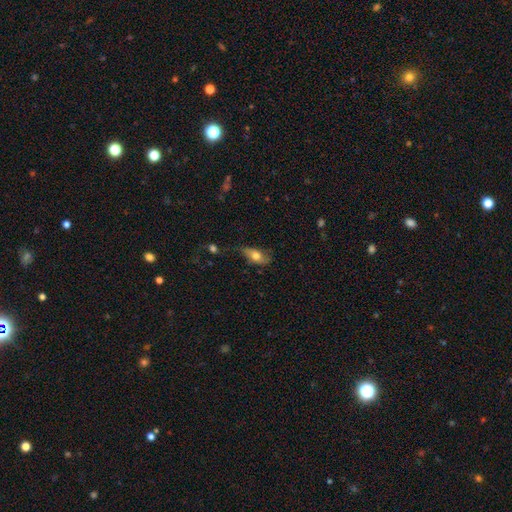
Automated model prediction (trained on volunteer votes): Morphology: type=smooth (69%); roundness=in between (81%); merging=none (53%).